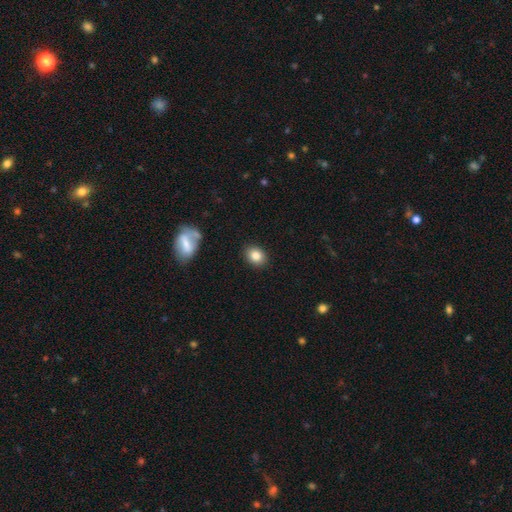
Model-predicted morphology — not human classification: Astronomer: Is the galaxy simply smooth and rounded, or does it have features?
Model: smooth — 84%.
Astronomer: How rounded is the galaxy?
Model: in between — 55% (runner-up: round, 44%).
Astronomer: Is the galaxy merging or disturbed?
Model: none — 89%.